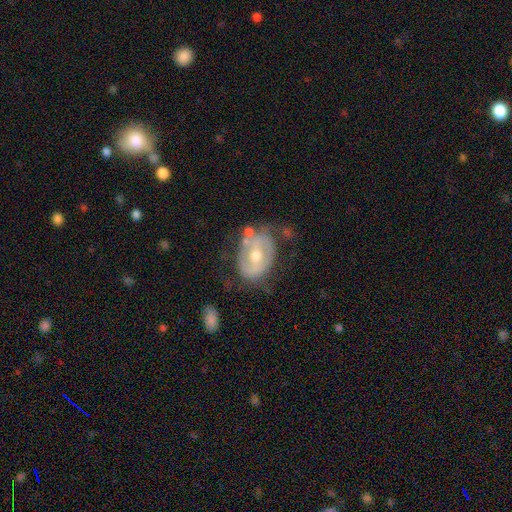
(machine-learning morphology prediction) Smooth or featured? Predicted: featured or disk (p=0.70). Edge-on disk? Predicted: no (p=0.95). Bar? Predicted: weak (p=0.40). Spiral arms? Predicted: yes (p=0.56). Bulge size? Predicted: moderate (p=0.69). Merging? Predicted: none (p=0.56).